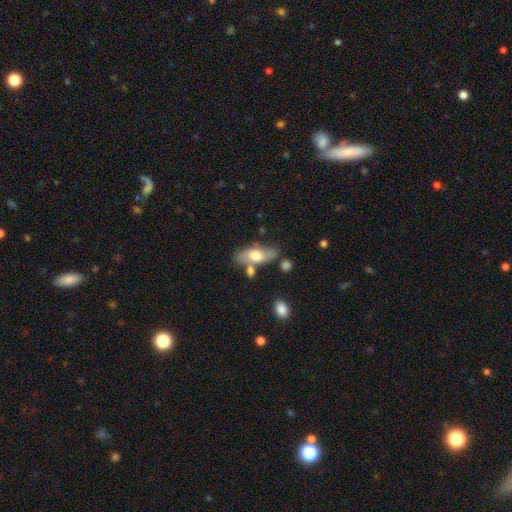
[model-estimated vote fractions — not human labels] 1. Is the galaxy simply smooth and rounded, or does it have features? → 61% smooth, 33% featured or disk, 6% star or artifact.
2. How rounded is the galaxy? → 78% in between, 18% cigar-shaped, 4% round.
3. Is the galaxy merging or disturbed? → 65% none, 17% minor disturbance, 13% merger, 5% major disturbance.